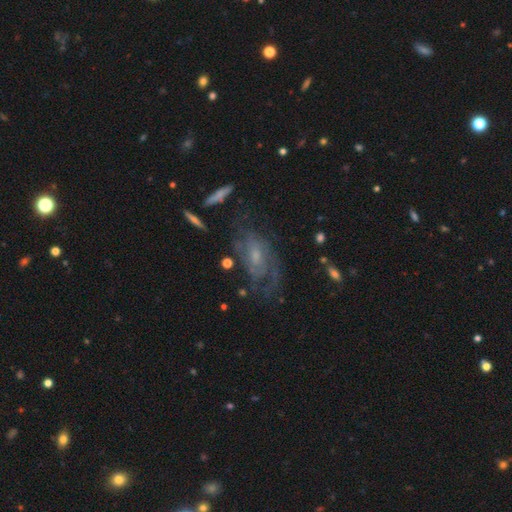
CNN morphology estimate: featured or disk 74%, smooth 16%, star or artifact 9%. Down the decision tree: edge-on disk — no (93%); bar — no (59%); spiral arms — yes (82%); spiral arm count — can't tell (40%); spiral winding — medium (40%); bulge size — small (47%); merging — none (52%).